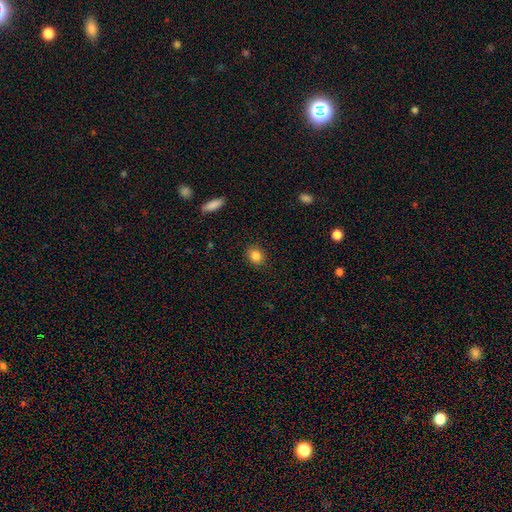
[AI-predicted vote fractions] A smooth galaxy with no disk features (85%) that is round (70%).

Vote fractions:
- Smooth or featured? smooth: 85% / star or artifact: 10% / featured or disk: 4%
- How rounded? round: 70% / in between: 29% / cigar-shaped: 1%
- Merging? none: 88% / minor disturbance: 9% / major disturbance: 3% / merger: 1%